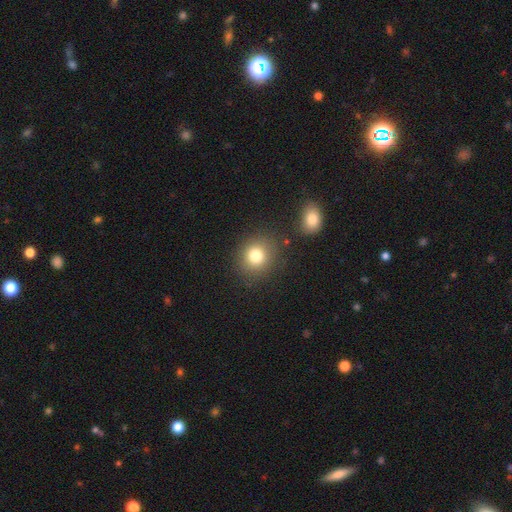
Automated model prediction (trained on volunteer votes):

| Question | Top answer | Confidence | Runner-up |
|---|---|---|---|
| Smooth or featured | smooth | 80% | star or artifact (12%) |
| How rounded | round | 79% | in between (20%) |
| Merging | none | 81% | minor disturbance (10%) |